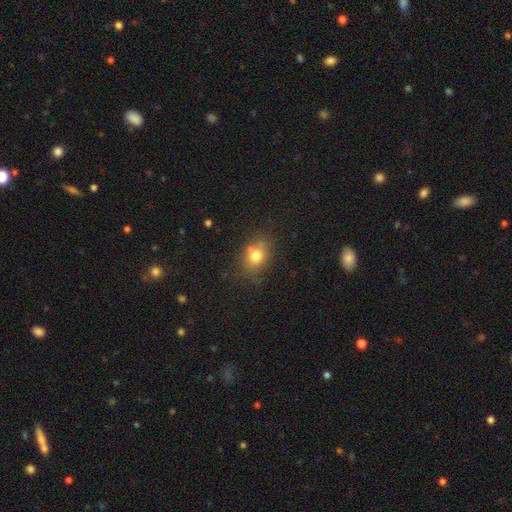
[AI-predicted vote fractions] Smooth or featured? Predicted: smooth (p=0.74). How rounded? Predicted: in between (p=0.52). Merging? Predicted: none (p=0.63).